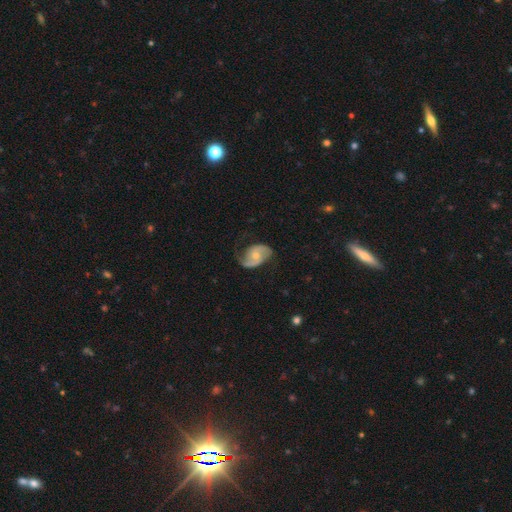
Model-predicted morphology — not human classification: featured or disk 79%, smooth 16%, star or artifact 5%. Down the decision tree: edge-on disk — no (97%); bar — no (64%); spiral arms — yes (94%); spiral arm count — 2 (82%); spiral winding — medium (45%); bulge size — small (49%); merging — none (62%).